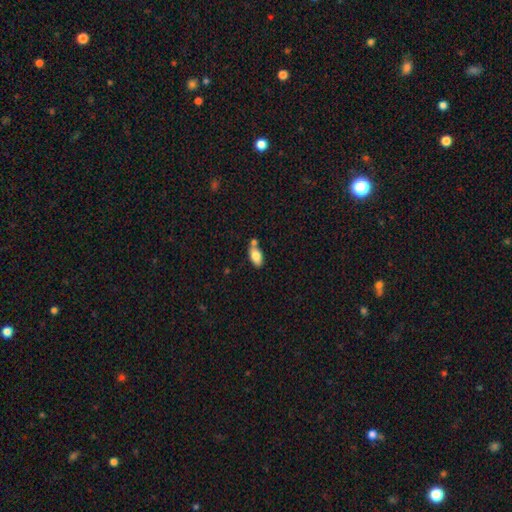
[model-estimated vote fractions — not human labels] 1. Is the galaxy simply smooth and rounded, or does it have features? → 80% smooth, 13% featured or disk, 7% star or artifact.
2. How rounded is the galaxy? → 91% in between, 5% cigar-shaped, 4% round.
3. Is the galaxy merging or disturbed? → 52% none, 29% merger, 15% minor disturbance, 4% major disturbance.